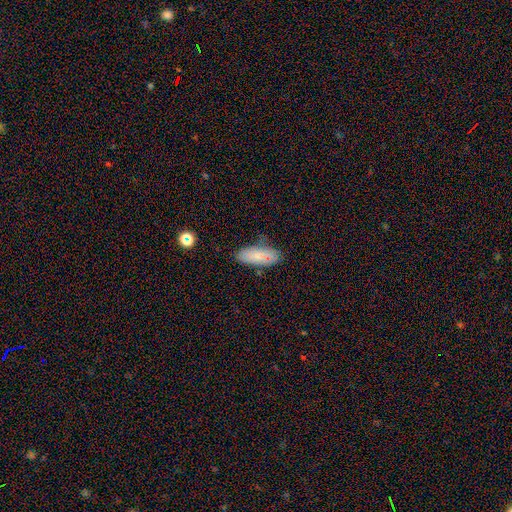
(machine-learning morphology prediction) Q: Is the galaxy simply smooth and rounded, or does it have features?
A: smooth — 78%.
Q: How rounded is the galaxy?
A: in between — 77%.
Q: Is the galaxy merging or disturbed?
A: none — 74%.